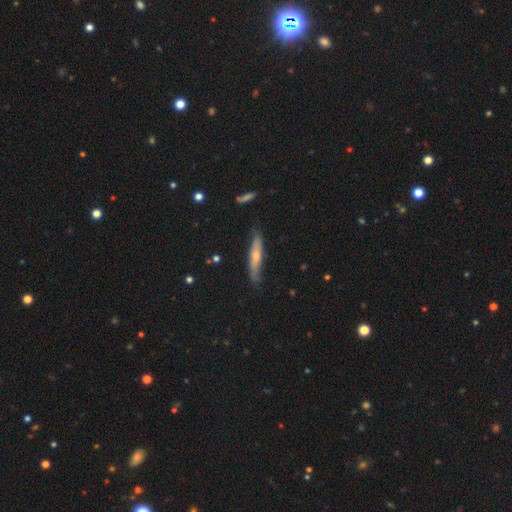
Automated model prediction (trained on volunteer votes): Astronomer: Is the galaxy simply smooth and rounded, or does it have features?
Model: smooth — 51% (runner-up: featured or disk, 43%).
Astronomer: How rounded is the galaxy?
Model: cigar-shaped — 88%.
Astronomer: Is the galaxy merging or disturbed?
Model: none — 76%.